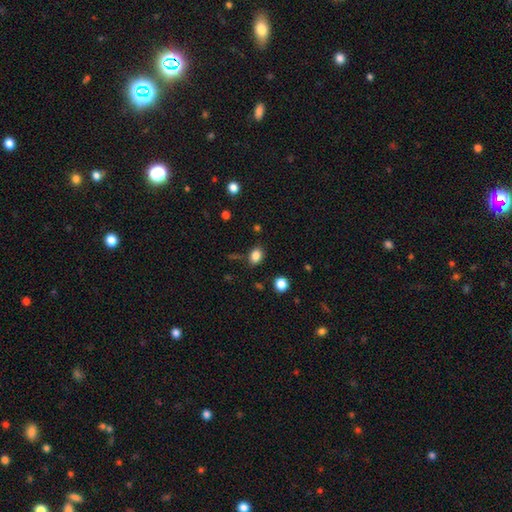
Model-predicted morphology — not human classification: type=smooth (84%); roundness=in between (66%); merging=none (80%).